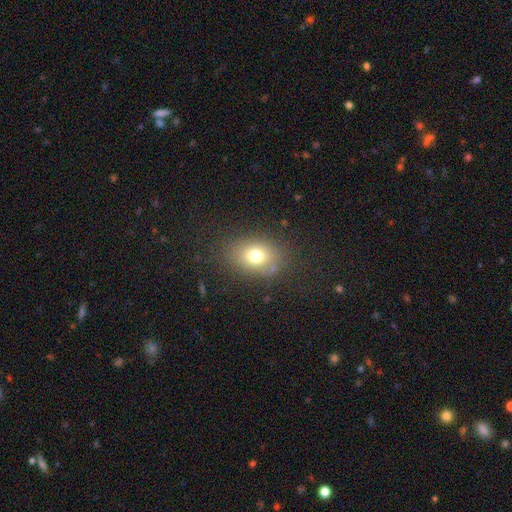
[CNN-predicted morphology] A smooth galaxy with no disk features (73%) that is in between round and cigar-shaped (66%). Merging: none (79%).